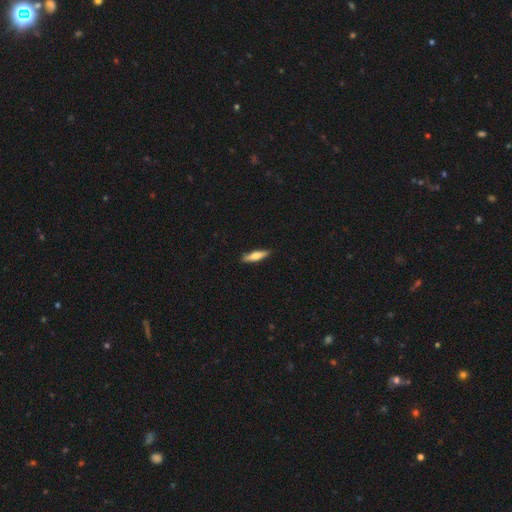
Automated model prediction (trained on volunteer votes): Smooth or featured? Predicted: smooth (p=0.57). How rounded? Predicted: cigar-shaped (p=0.75). Merging? Predicted: none (p=0.89).